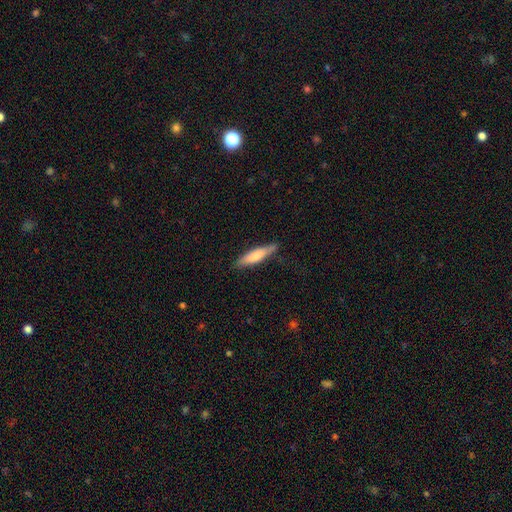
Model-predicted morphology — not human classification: Overall: smooth (71%). How rounded: cigar-shaped (80%). Merging: none (80%).